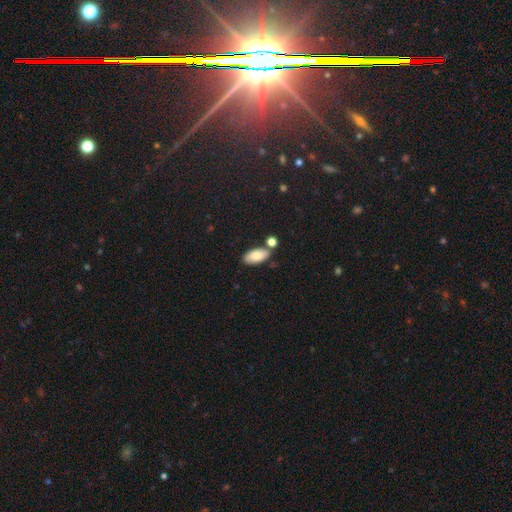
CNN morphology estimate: type=smooth (80%); roundness=in between (92%); merging=none (73%).